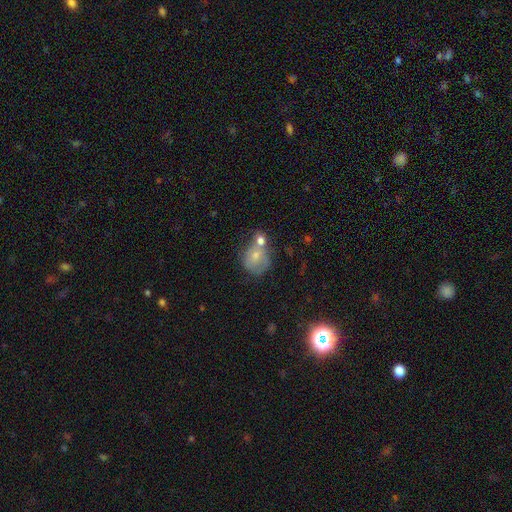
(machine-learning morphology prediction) A smooth galaxy with no disk features (62%) that is round (69%). Merging: merger (41%).